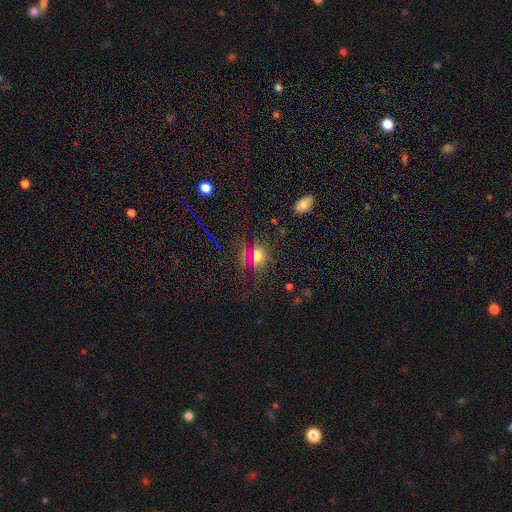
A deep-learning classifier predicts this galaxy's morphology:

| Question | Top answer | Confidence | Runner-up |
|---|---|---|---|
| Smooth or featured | smooth | 65% | star or artifact (25%) |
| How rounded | round | 50% | in between (47%) |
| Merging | none | 77% | minor disturbance (13%) |